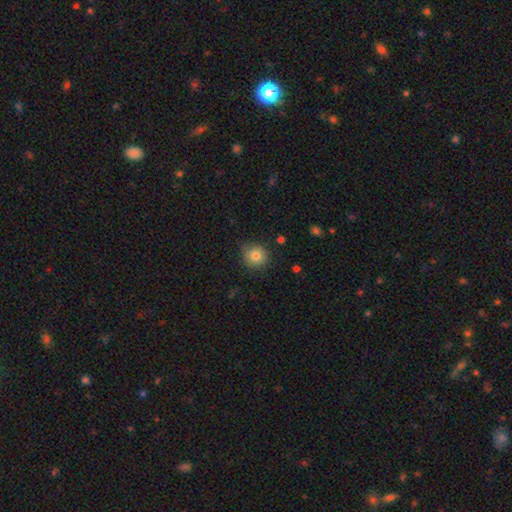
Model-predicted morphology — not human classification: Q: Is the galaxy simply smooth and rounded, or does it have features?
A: smooth — 80%.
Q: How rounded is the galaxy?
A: round — 89%.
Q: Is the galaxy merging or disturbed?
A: none — 76%.